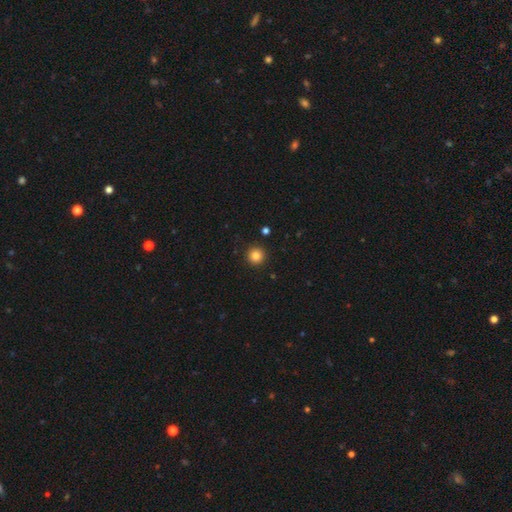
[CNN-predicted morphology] smooth-or-featured: smooth: 83% | star or artifact: 11% | featured or disk: 5%
  how-rounded: round: 96% | in between: 3% | cigar-shaped: 1%
  merging: none: 93% | minor disturbance: 5% | major disturbance: 2% | merger: 1%